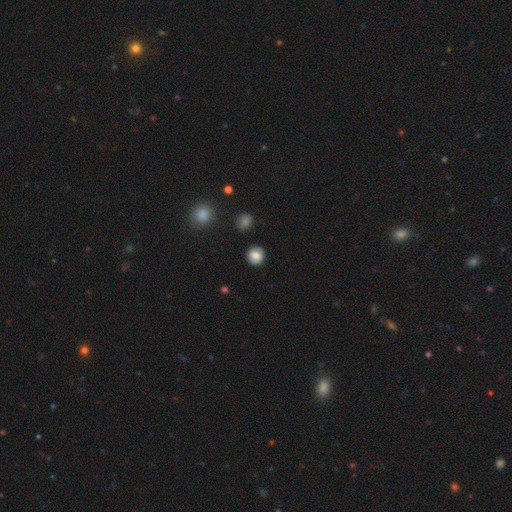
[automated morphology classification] Smooth or featured? smooth (83%)
How rounded? round (89%)
Merging? none (88%)